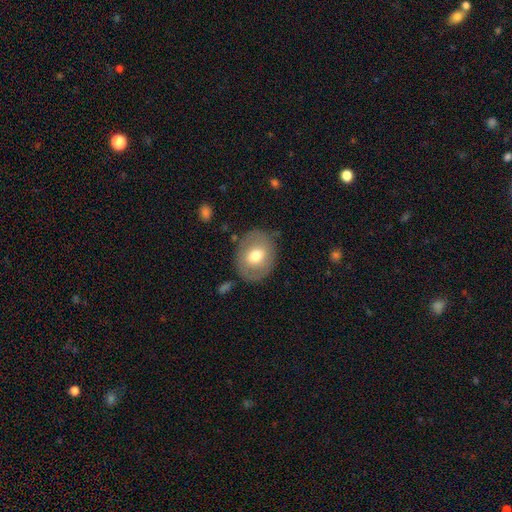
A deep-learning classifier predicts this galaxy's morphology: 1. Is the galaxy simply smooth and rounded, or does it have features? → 60% smooth, 33% featured or disk, 7% star or artifact.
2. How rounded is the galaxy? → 55% round, 45% in between, 1% cigar-shaped.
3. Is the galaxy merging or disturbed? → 78% none, 15% minor disturbance, 5% major disturbance, 2% merger.